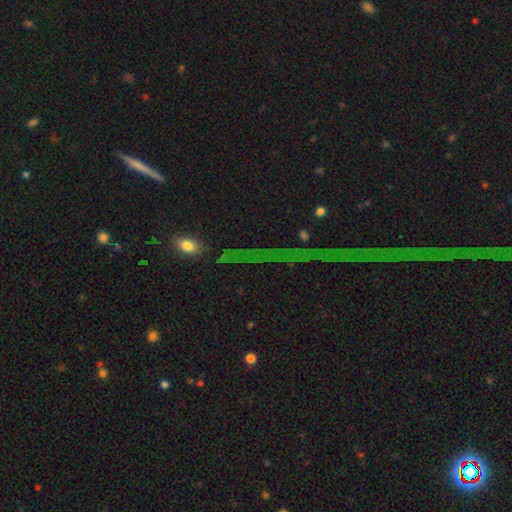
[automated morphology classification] This appears to be a star or artifact, not a galaxy (74%).